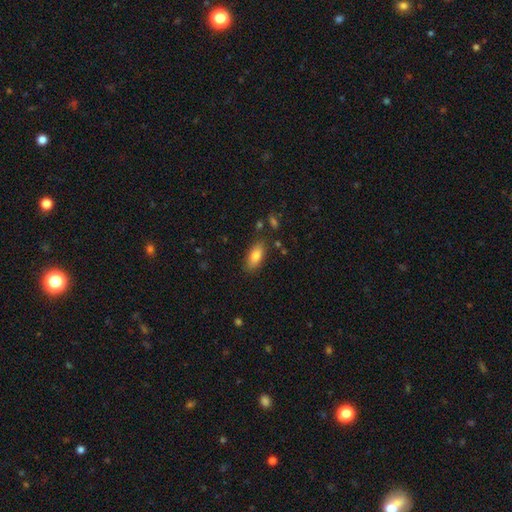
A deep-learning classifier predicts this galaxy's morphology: Smooth or featured? smooth (83%)
How rounded? in between (87%)
Merging? none (81%)